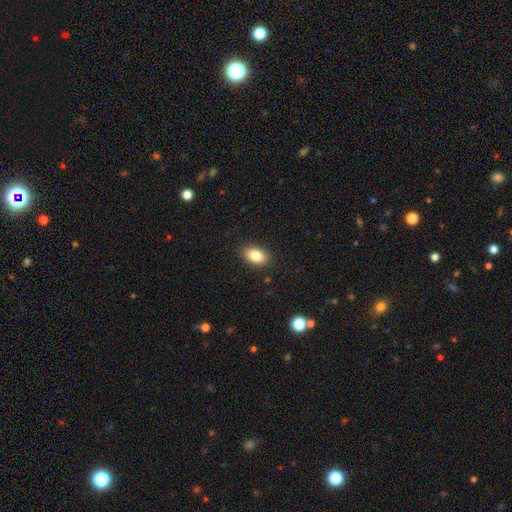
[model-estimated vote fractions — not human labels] Morphology: type=smooth (84%); roundness=in between (88%); merging=none (89%).